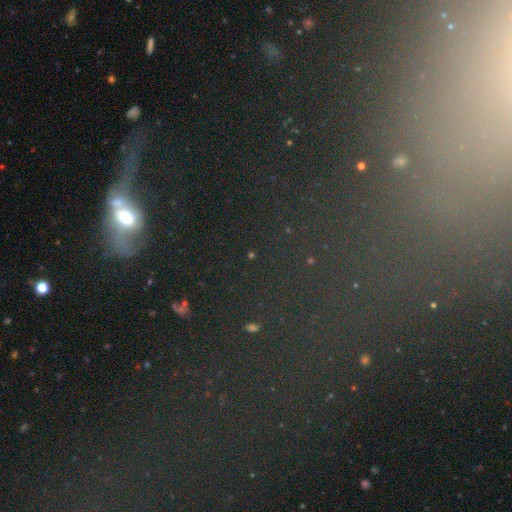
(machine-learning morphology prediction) The model was most divided on "smooth or featured": star or artifact: 47%, smooth: 30%, featured or disk: 23%.